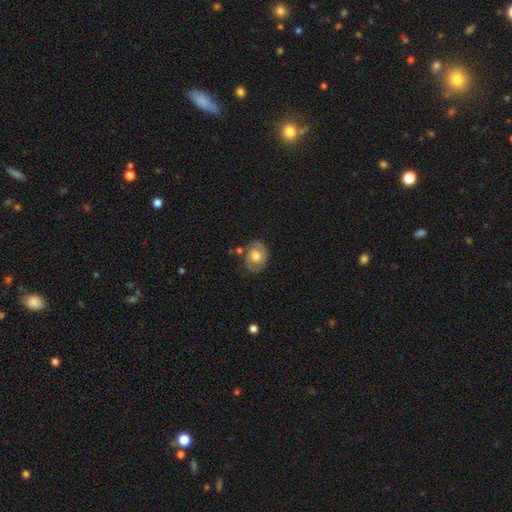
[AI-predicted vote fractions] This appears to be a featured or disk galaxy (52%) with no bar (74%), spiral arms (71%) and a moderate central bulge (66%). Merging: none (75%).